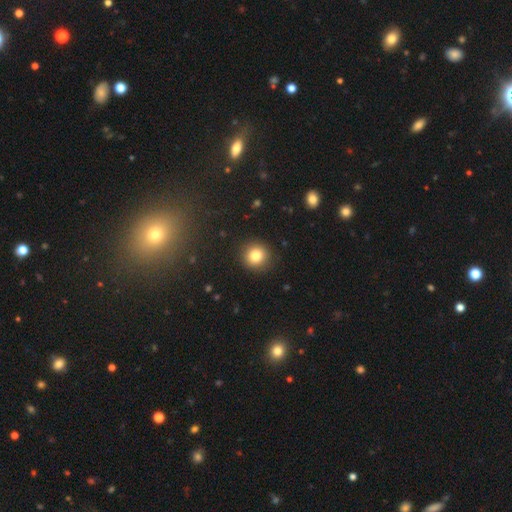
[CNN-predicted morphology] Smooth or featured? smooth (82%)
How rounded? round (91%)
Merging? none (91%)